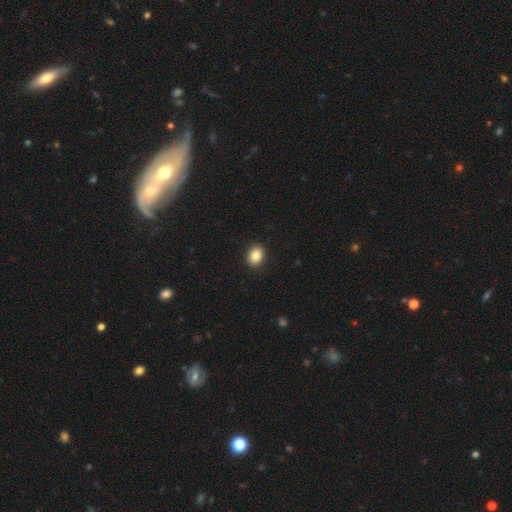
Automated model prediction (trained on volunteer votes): smooth_or_featured: smooth (p=0.85) [alt: star or artifact p=0.09]
how_rounded: round (p=0.52) [alt: in between p=0.47]
merging: none (p=0.92) [alt: minor disturbance p=0.06]